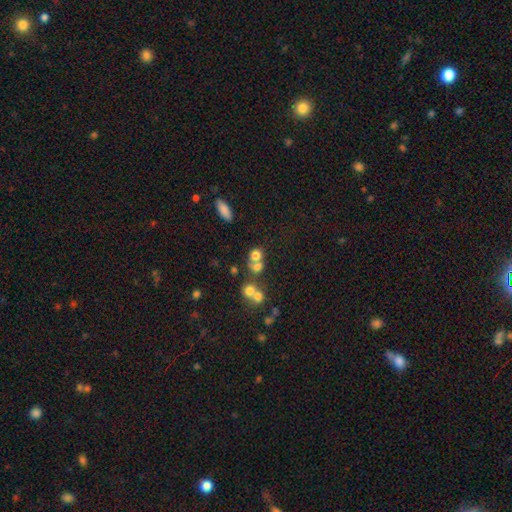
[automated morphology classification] A smooth galaxy with no disk features (69%) that is round (72%). Merging: merger (47%).